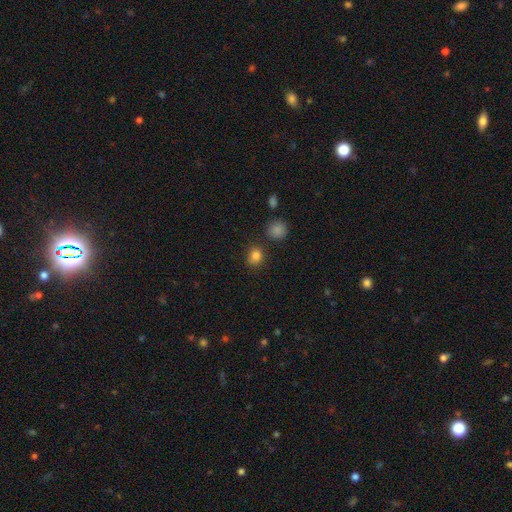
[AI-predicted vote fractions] smooth_or_featured: smooth (p=0.81) [alt: star or artifact p=0.13]
how_rounded: round (p=0.72) [alt: in between p=0.27]
merging: none (p=0.76) [alt: minor disturbance p=0.14]